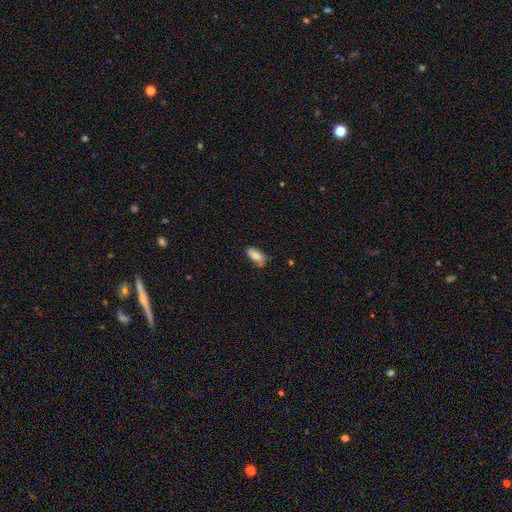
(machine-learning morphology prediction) Smooth or featured? Predicted: smooth (p=0.82). How rounded? Predicted: in between (p=0.87). Merging? Predicted: none (p=0.70).